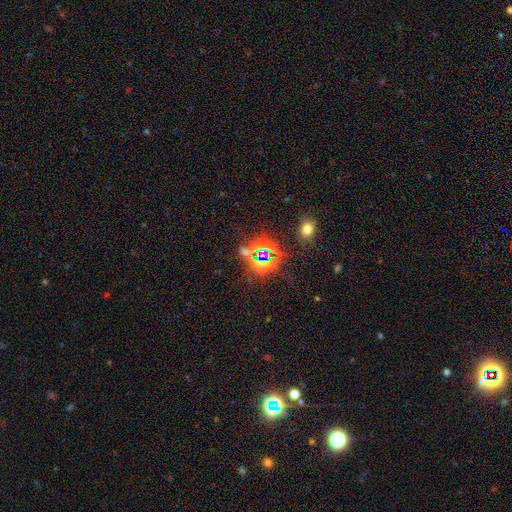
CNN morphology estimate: star or artifact 78%, smooth 14%, featured or disk 8%.